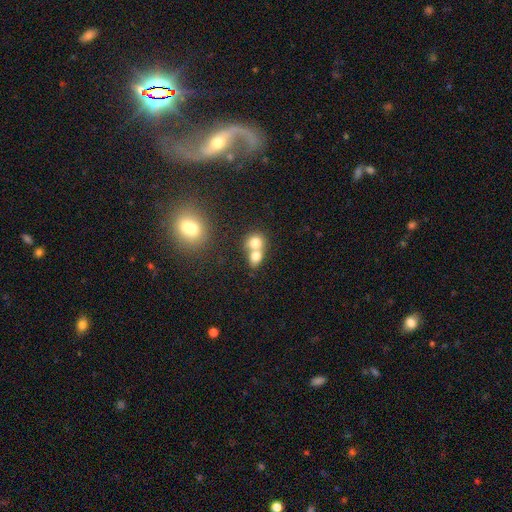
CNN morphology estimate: Smooth or featured?
  - smooth: 75% *
  - featured or disk: 15%
  - star or artifact: 10%
How rounded?
  - round: 55% *
  - in between: 43%
  - cigar-shaped: 2%
Merging?
  - merger: 66% *
  - none: 25%
  - minor disturbance: 6%
  - major disturbance: 3%